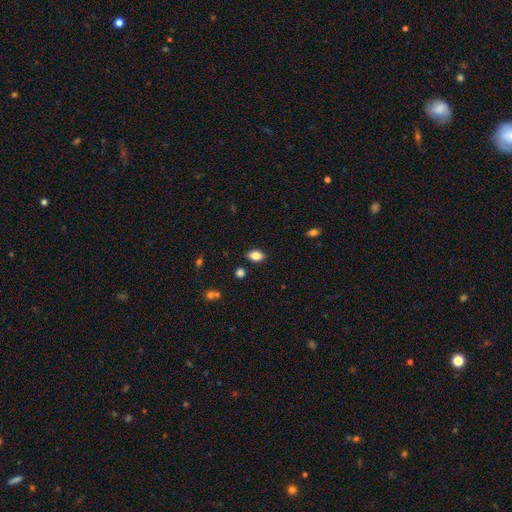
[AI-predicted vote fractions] The model was most divided on "how rounded": in between: 83%, round: 16%, cigar-shaped: 2%. More confident: merging — none (86%); smooth or featured — smooth (83%).